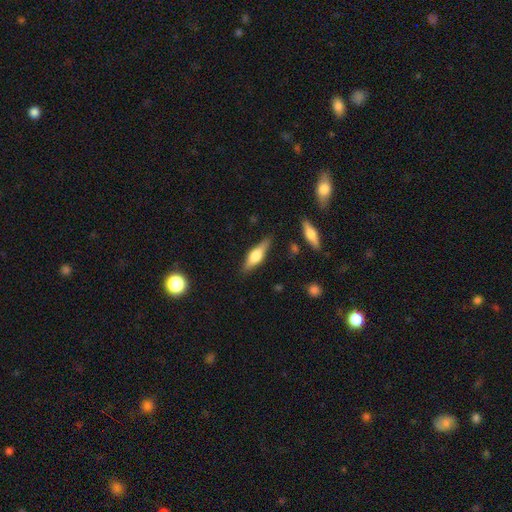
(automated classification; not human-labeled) Overall: featured or disk (56%; smooth 37%). Edge-on disk: yes (95%). Edge-on bulge: rounded (90%). Merging: none (85%).